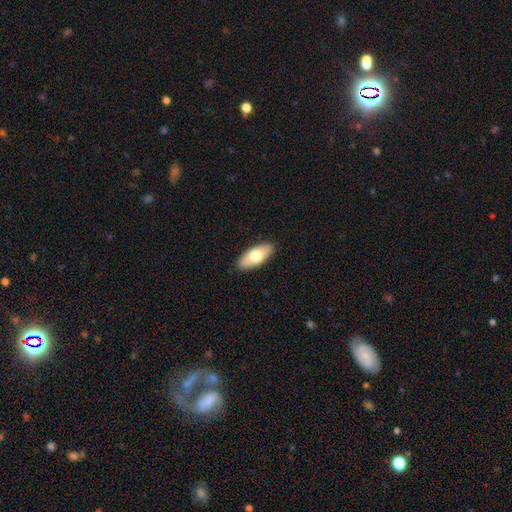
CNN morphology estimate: Smooth or featured? smooth (71%)
How rounded? in between (81%)
Merging? none (89%)